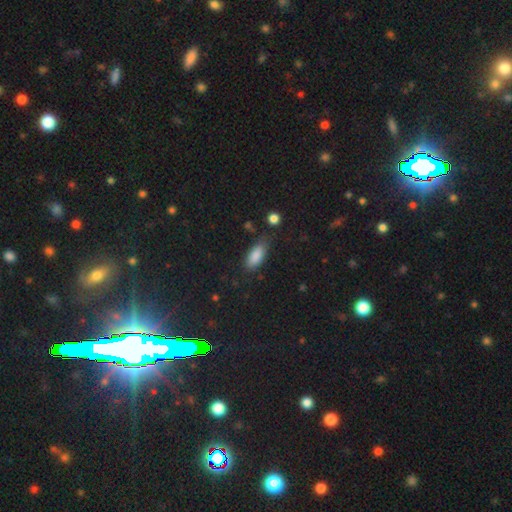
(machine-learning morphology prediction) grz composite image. It shows a smooth galaxy with no disk features (86%) that is in between round and cigar-shaped (83%). Merging: none (70%).